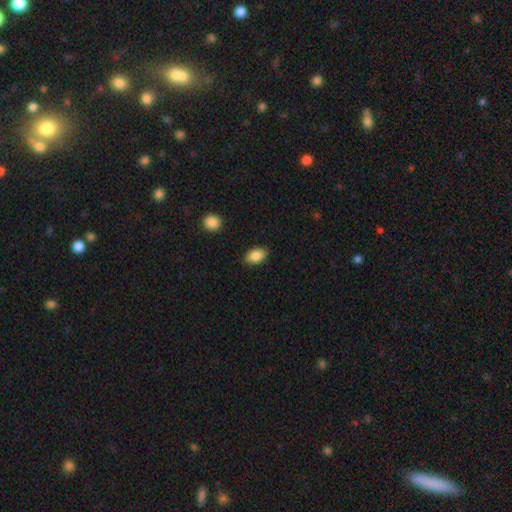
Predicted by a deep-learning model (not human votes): This appears to be a smooth galaxy with no disk features (87%) that is in between round and cigar-shaped (90%). Merging: none (86%).